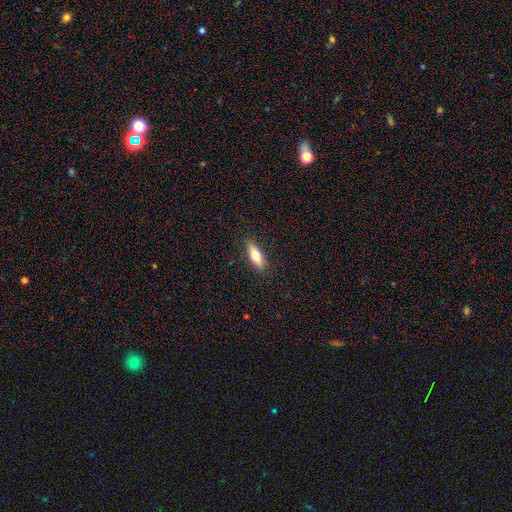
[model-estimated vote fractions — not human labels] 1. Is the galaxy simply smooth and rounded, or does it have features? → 68% smooth, 26% featured or disk, 7% star or artifact.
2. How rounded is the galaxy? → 62% in between, 35% cigar-shaped, 3% round.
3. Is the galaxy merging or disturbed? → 87% none, 10% minor disturbance, 2% major disturbance, 1% merger.